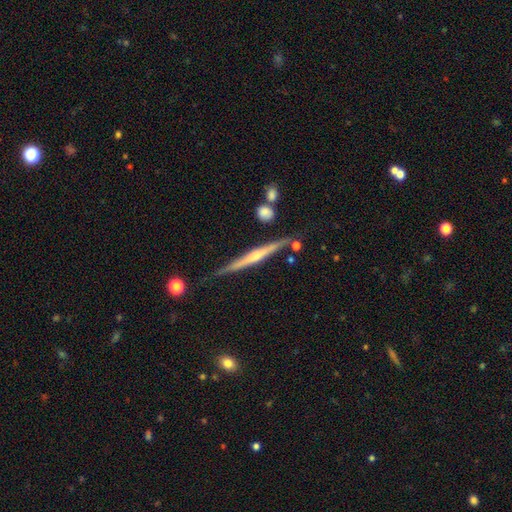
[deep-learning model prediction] smooth_or_featured: featured or disk (p=0.72) [alt: smooth p=0.21]
disk_edge_on: yes (p=0.97) [alt: no p=0.03]
edge_on_bulge: rounded (p=0.59) [alt: none p=0.30]
merging: none (p=0.81) [alt: minor disturbance p=0.12]